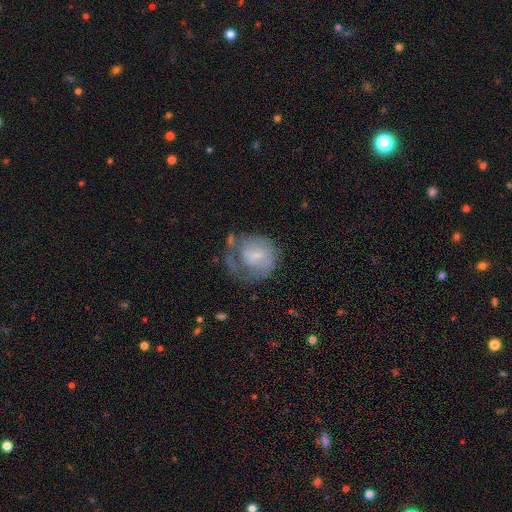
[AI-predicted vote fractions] The model was most divided on "merging": major disturbance: 37%, none: 33%, minor disturbance: 23%, merger: 6%. Remaining: smooth or featured — featured or disk (49%).